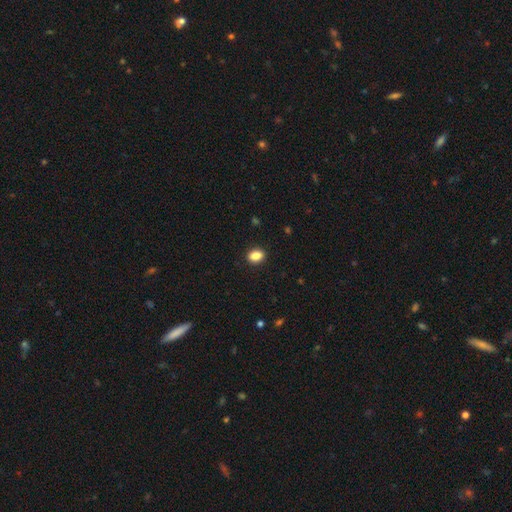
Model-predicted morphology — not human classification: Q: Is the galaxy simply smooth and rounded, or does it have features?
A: smooth — 87%.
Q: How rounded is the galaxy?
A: in between — 69%.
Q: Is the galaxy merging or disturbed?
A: none — 91%.